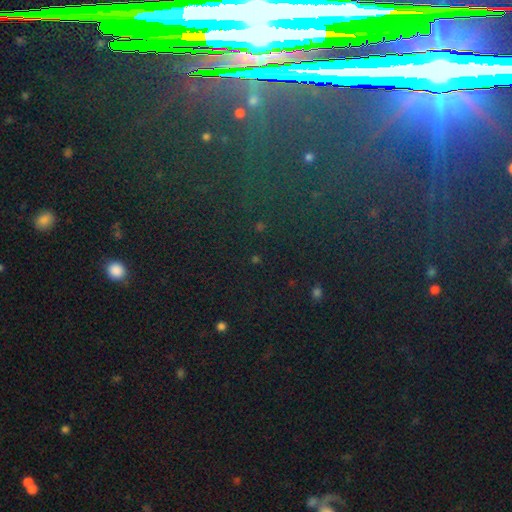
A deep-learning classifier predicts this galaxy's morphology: A star or artifact, not a galaxy (74%).